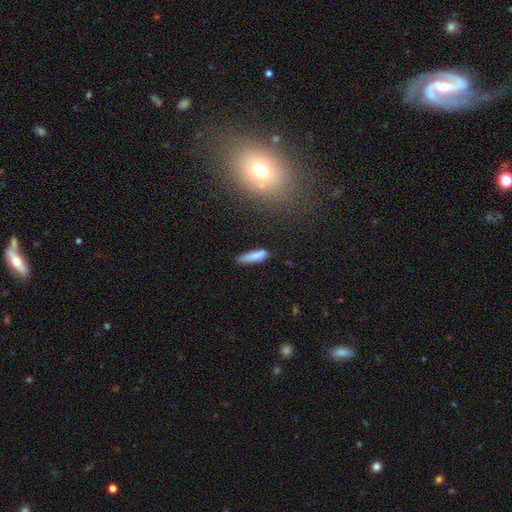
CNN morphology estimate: type=smooth (83%); roundness=cigar-shaped (74%); merging=none (72%).